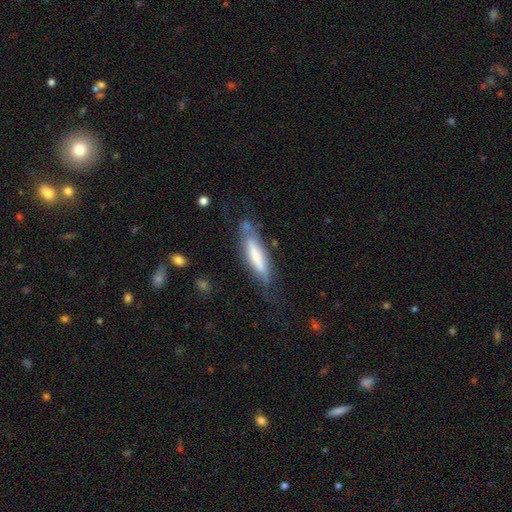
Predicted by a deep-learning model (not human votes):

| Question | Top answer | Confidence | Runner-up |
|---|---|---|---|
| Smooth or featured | smooth | 57% | featured or disk (36%) |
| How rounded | cigar-shaped | 76% | in between (23%) |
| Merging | none | 62% | minor disturbance (24%) |